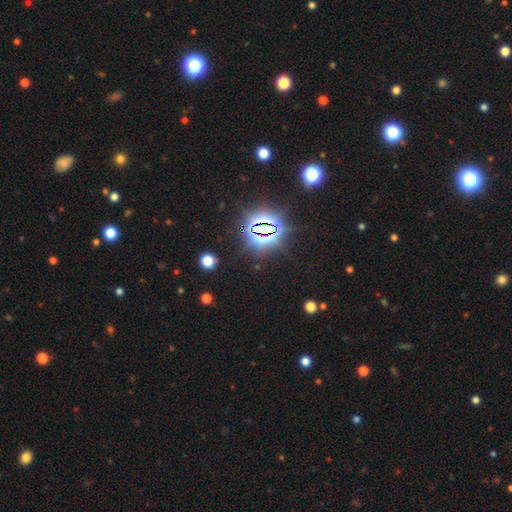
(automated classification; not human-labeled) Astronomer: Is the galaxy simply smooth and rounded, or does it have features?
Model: star or artifact — 83%.